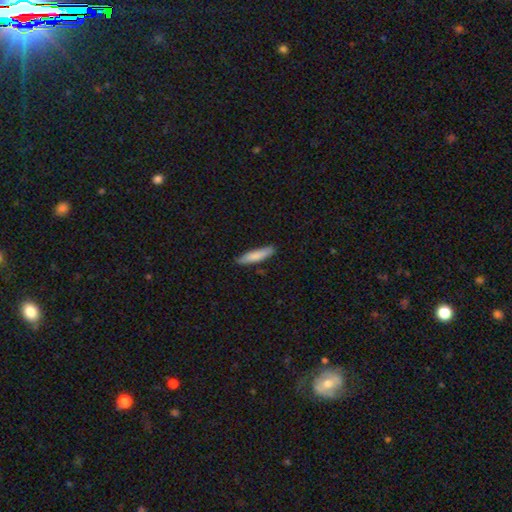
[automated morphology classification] The model was most divided on "how rounded": cigar-shaped: 78%, in between: 21%, round: 1%. More confident: merging — none (84%); smooth or featured — smooth (82%).